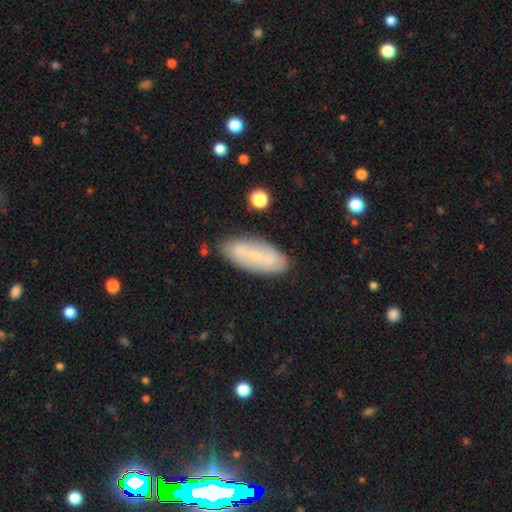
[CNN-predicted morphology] This is possibly a smooth galaxy (50%). How rounded: likely in between (78%). Merging: likely none (78%).